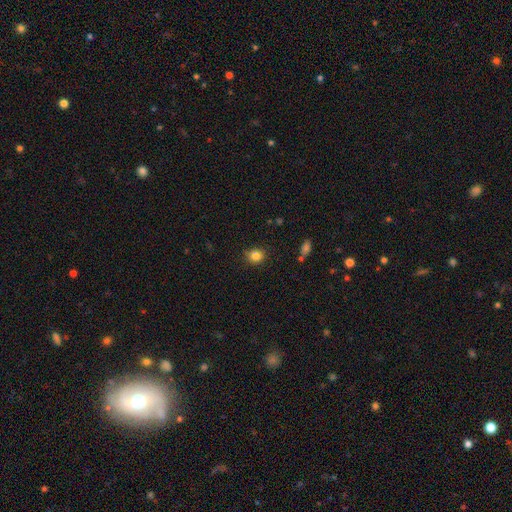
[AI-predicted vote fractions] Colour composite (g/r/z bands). It shows a smooth galaxy with no disk features (84%) that is round (72%). Merging: none (78%).